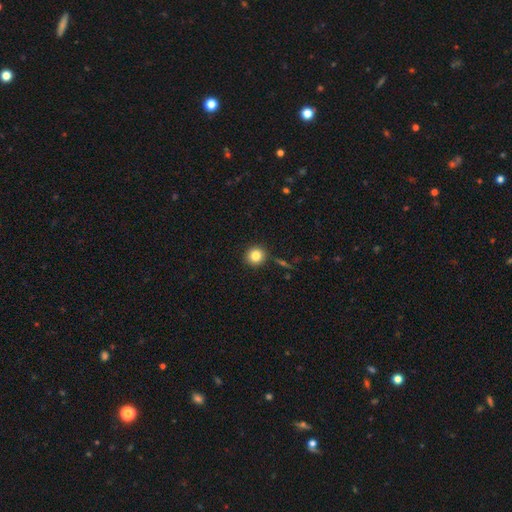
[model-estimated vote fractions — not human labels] Smooth or featured? Predicted: smooth (p=0.83). How rounded? Predicted: round (p=0.92). Merging? Predicted: none (p=0.88).